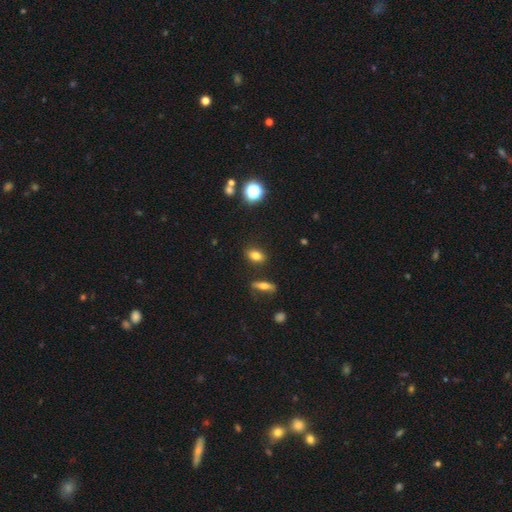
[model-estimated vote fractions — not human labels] Smooth or featured? Predicted: smooth (p=0.78). How rounded? Predicted: in between (p=0.76). Merging? Predicted: none (p=0.85).